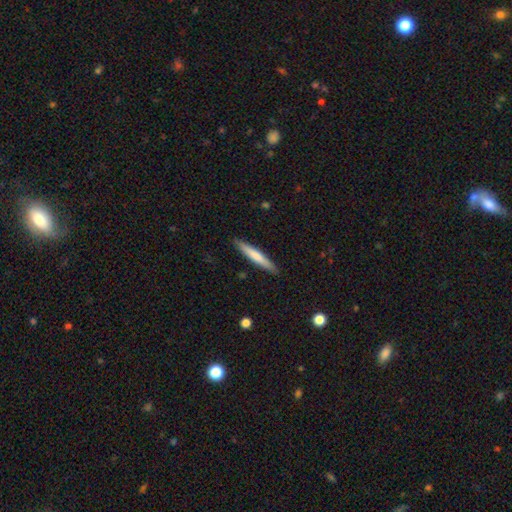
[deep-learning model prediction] Smooth or featured?
  - smooth: 65% *
  - featured or disk: 30%
  - star or artifact: 5%
How rounded?
  - cigar-shaped: 95% *
  - in between: 4%
  - round: 1%
Merging?
  - none: 90% *
  - minor disturbance: 7%
  - major disturbance: 1%
  - merger: 1%